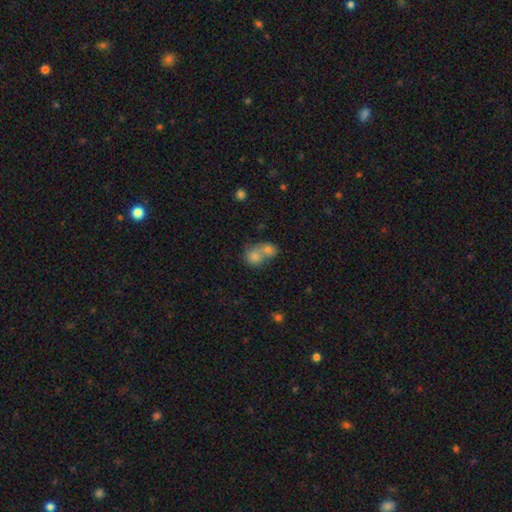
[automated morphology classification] smooth 78%, featured or disk 13%, star or artifact 9%. Down the decision tree: how rounded — round (61%); merging — merger (71%).